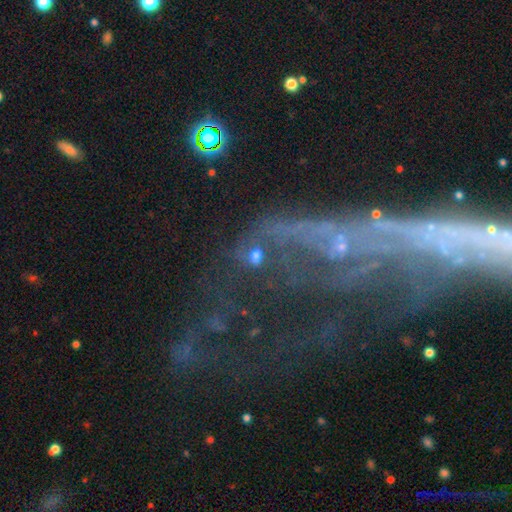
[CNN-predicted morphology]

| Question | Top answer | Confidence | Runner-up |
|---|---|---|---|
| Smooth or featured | featured or disk | 39% | star or artifact (31%) |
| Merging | none | 38% | major disturbance (25%) |